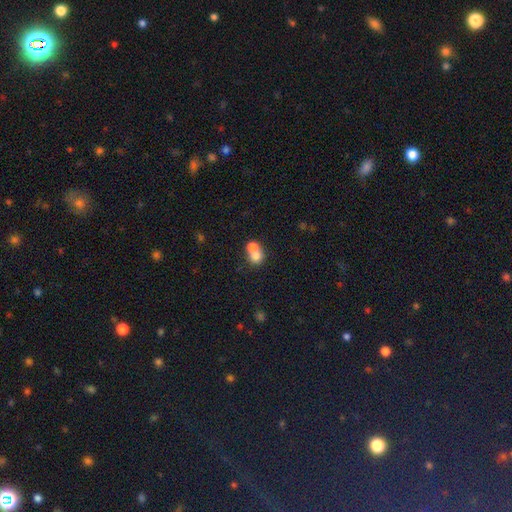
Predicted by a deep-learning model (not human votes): Overall: smooth (73%). How rounded: round (73%). Merging: merger (68%).